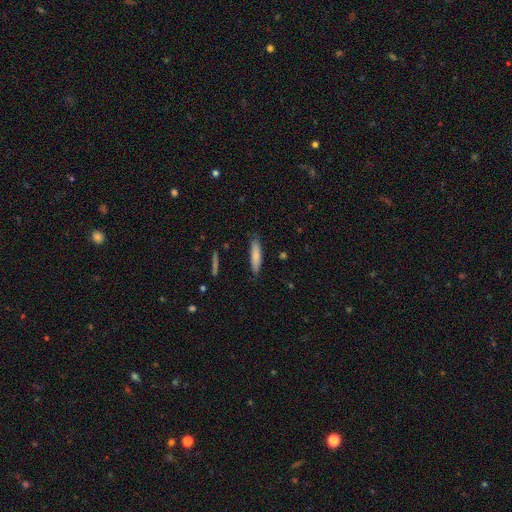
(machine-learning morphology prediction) Overall: smooth (79%). How rounded: cigar-shaped (80%). Merging: none (83%).